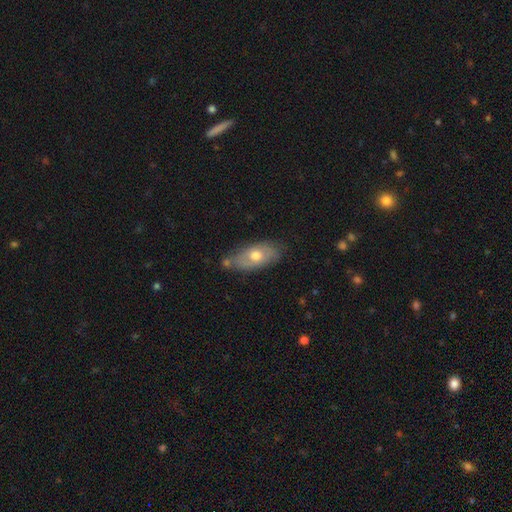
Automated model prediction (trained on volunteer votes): This appears to be a smooth galaxy with no disk features (55%) that is in between round and cigar-shaped (85%). Merging: none (66%).